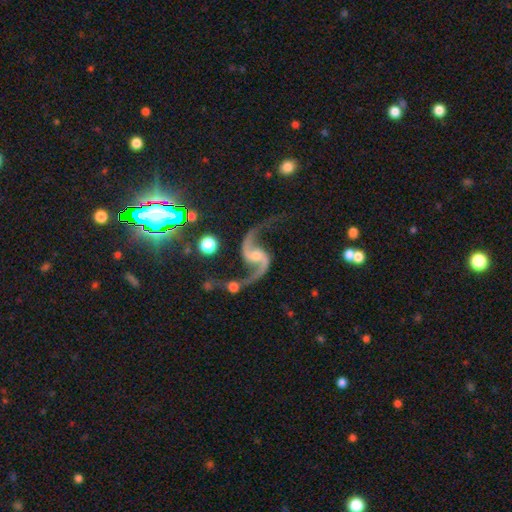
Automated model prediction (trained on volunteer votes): Q: Smooth or featured?
A: featured or disk (92%); runner-up: star or artifact (5%)
Q: Edge-on disk?
A: no (98%); runner-up: yes (2%)
Q: Bar?
A: no (46%); runner-up: weak (40%)
Q: Spiral arms?
A: yes (98%); runner-up: no (2%)
Q: Spiral winding?
A: loose (80%); runner-up: medium (16%)
Q: Spiral arm count?
A: 2 (95%); runner-up: 1 (1%)
Q: Bulge size?
A: small (48%); runner-up: moderate (33%)
Q: Merging?
A: none (62%); runner-up: minor disturbance (16%)